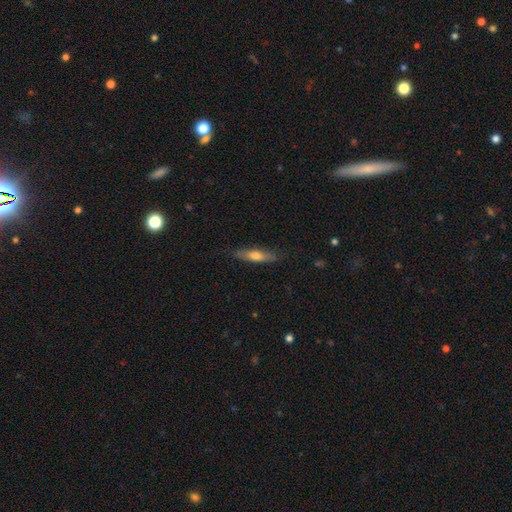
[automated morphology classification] Overall: smooth (60%; featured or disk 34%). How rounded: cigar-shaped (75%). Merging: none (83%).